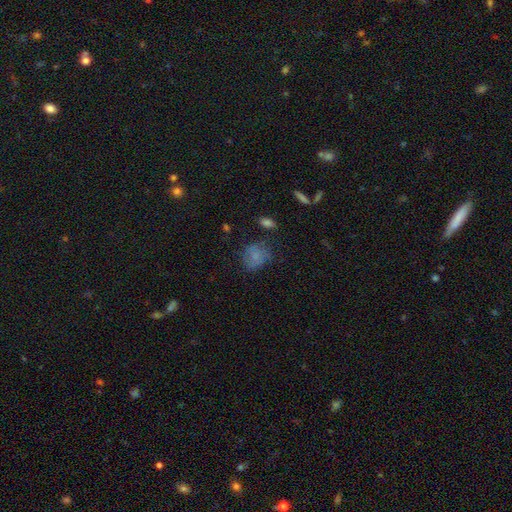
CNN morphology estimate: smooth 68%, featured or disk 19%, star or artifact 13%. Down the decision tree: how rounded — round (56%); merging — none (55%).